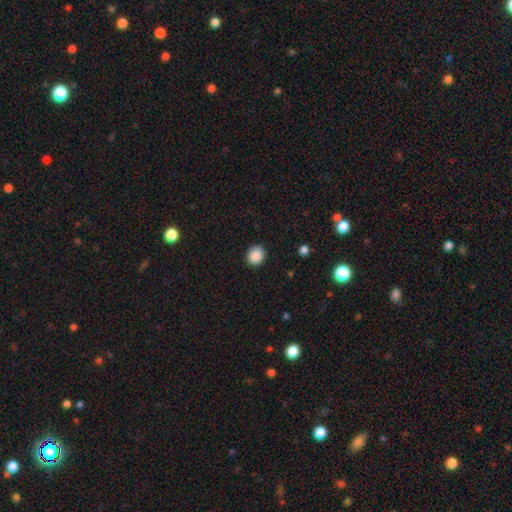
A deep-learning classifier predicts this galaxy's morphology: Smooth or featured: smooth — 88% (star or artifact — 9%)
How rounded: round — 77% (in between — 22%)
Merging: none — 91% (minor disturbance — 6%)